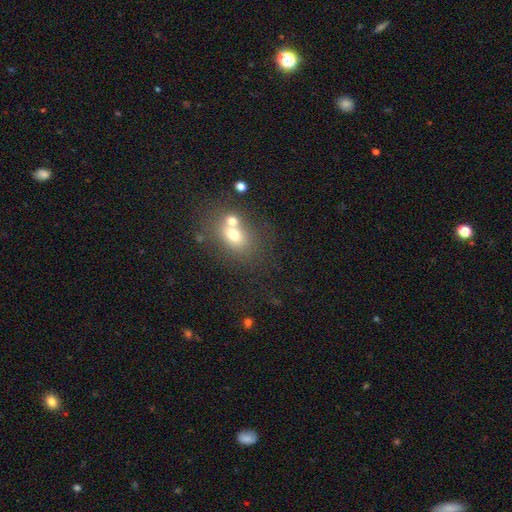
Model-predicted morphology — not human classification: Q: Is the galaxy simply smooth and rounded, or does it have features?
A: smooth — 58%.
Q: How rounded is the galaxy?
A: round — 57%.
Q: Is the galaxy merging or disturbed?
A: none — 48%.